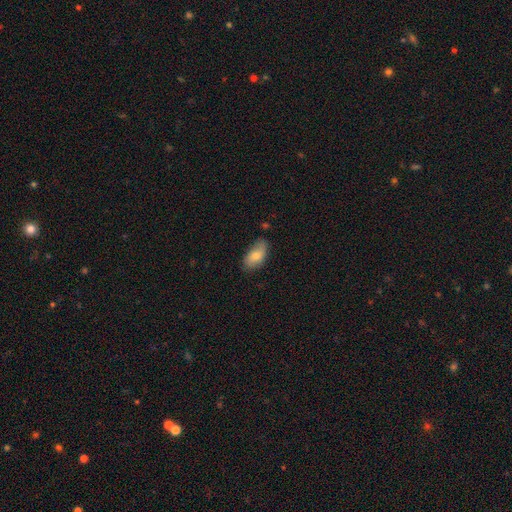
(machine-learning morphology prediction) Q: Smooth or featured?
A: smooth (75%); runner-up: featured or disk (18%)
Q: How rounded?
A: in between (92%); runner-up: cigar-shaped (5%)
Q: Merging?
A: none (71%); runner-up: minor disturbance (23%)